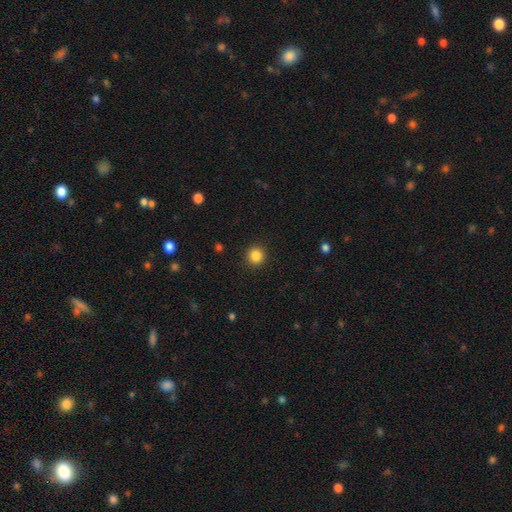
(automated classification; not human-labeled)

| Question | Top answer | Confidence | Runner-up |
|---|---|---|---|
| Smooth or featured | smooth | 85% | star or artifact (11%) |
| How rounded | round | 93% | in between (6%) |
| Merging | none | 92% | minor disturbance (5%) |